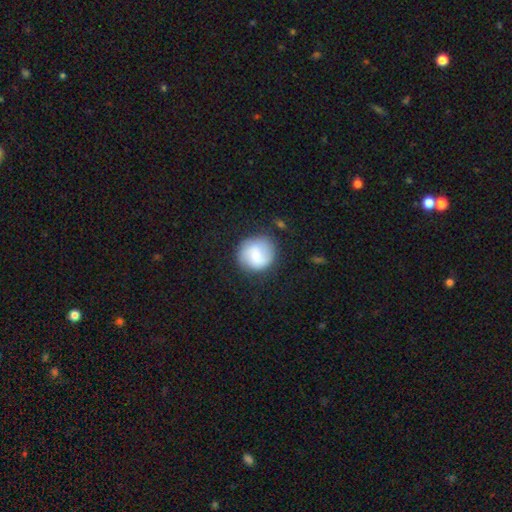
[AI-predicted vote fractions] smooth_or_featured: smooth (p=0.58) [alt: featured or disk p=0.35]
how_rounded: round (p=0.92) [alt: in between p=0.07]
merging: none (p=0.79) [alt: minor disturbance p=0.14]